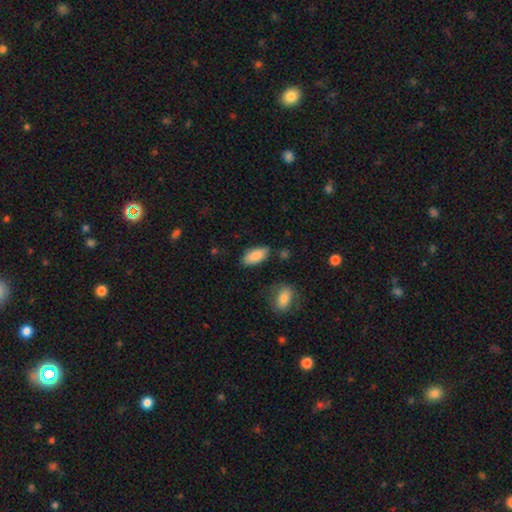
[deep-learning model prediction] This is clearly a smooth galaxy (86%). How rounded: clearly in between (88%). Merging: clearly none (80%).